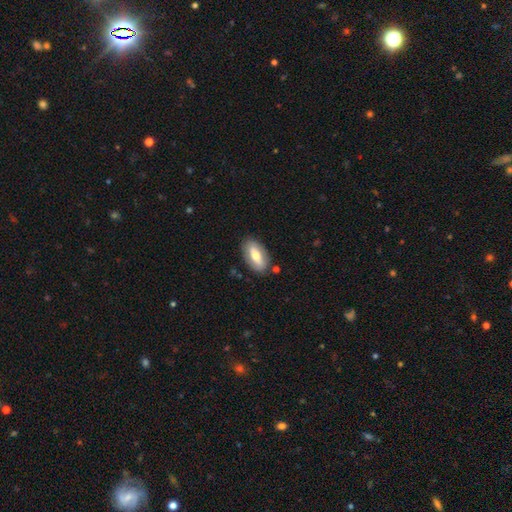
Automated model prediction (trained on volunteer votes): smooth 59%, featured or disk 35%, star or artifact 6%. Down the decision tree: how rounded — in between (88%); merging — none (84%).